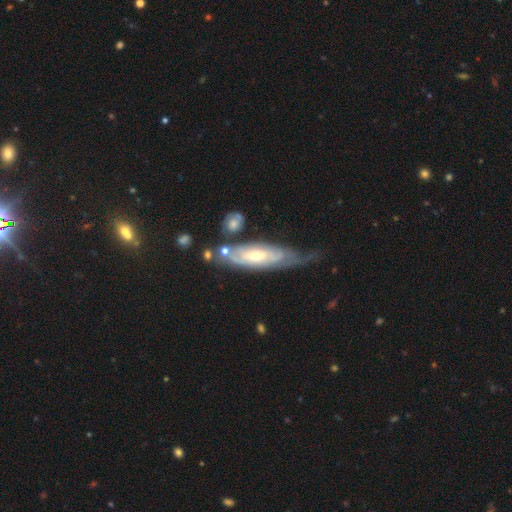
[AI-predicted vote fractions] smooth_or_featured: featured or disk (p=0.74) [alt: smooth p=0.21]
disk_edge_on: no (p=0.74) [alt: yes p=0.26]
bar: no (p=0.54) [alt: weak p=0.35]
has_spiral_arms: yes (p=0.81) [alt: no p=0.19]
bulge_size: moderate (p=0.58) [alt: small p=0.30]
merging: none (p=0.45) [alt: minor disturbance p=0.29]